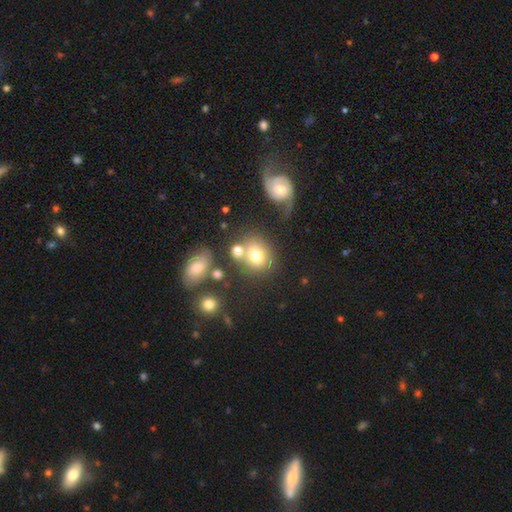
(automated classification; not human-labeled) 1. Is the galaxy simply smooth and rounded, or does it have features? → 70% smooth, 18% featured or disk, 12% star or artifact.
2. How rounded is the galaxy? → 57% round, 42% in between, 1% cigar-shaped.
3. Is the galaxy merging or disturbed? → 45% none, 31% merger, 14% minor disturbance, 10% major disturbance.